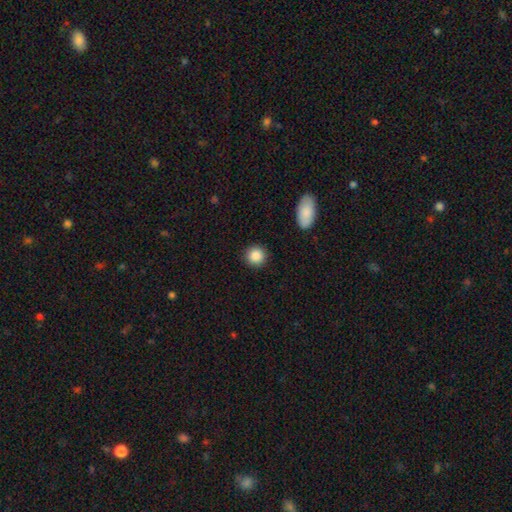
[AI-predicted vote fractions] Smooth or featured? Predicted: smooth (p=0.88). How rounded? Predicted: round (p=0.91). Merging? Predicted: none (p=0.90).